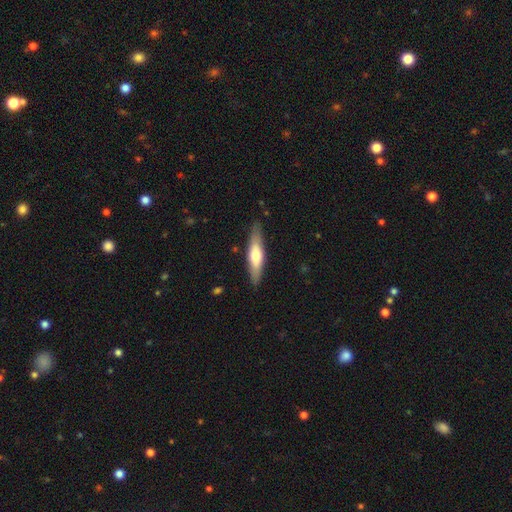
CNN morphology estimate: Overall: smooth (53%; featured or disk 42%). How rounded: cigar-shaped (73%). Merging: none (86%).